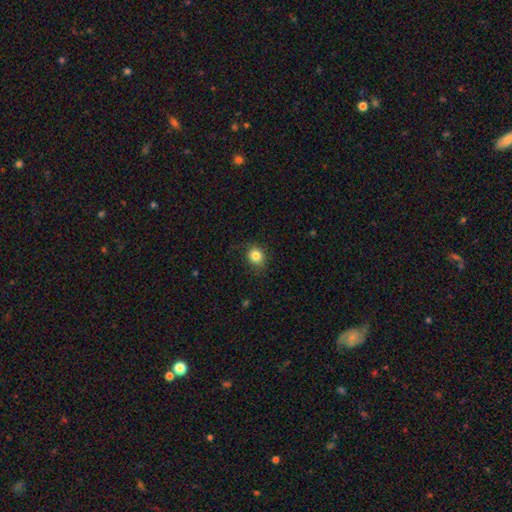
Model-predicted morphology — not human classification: Smooth or featured: smooth — 83% (star or artifact — 11%)
How rounded: round — 71% (in between — 28%)
Merging: none — 81% (minor disturbance — 14%)